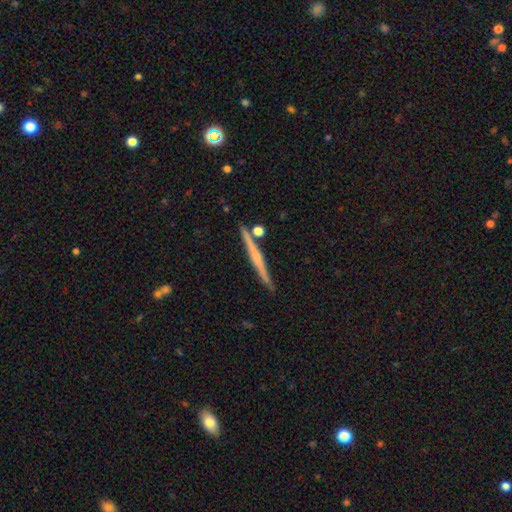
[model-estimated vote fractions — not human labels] A featured or disk galaxy (62%) viewed edge-on (98%) with no central bulge (56%). Merging: none (87%).